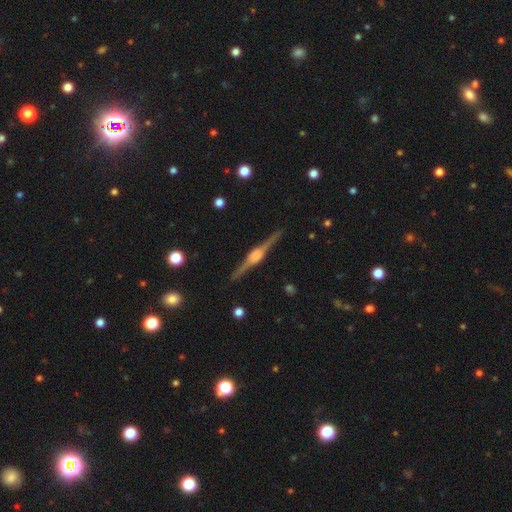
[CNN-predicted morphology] Smooth or featured? Predicted: featured or disk (p=0.87). Edge-on disk? Predicted: yes (p=0.98). Edge-on bulge? Predicted: rounded (p=0.70). Merging? Predicted: none (p=0.88).